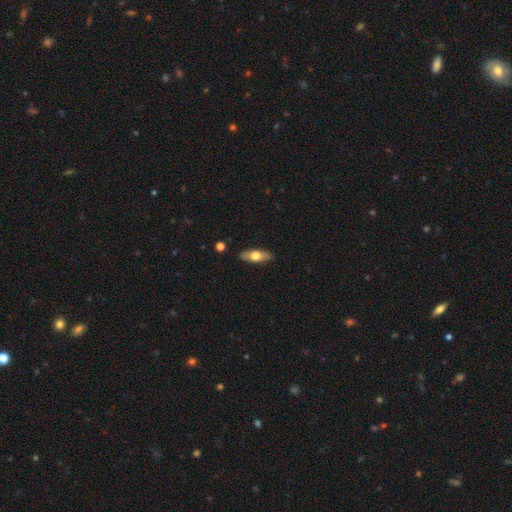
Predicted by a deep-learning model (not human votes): Smooth or featured: smooth — 63% (featured or disk — 31%)
How rounded: in between — 67% (cigar-shaped — 30%)
Merging: none — 88% (minor disturbance — 9%)